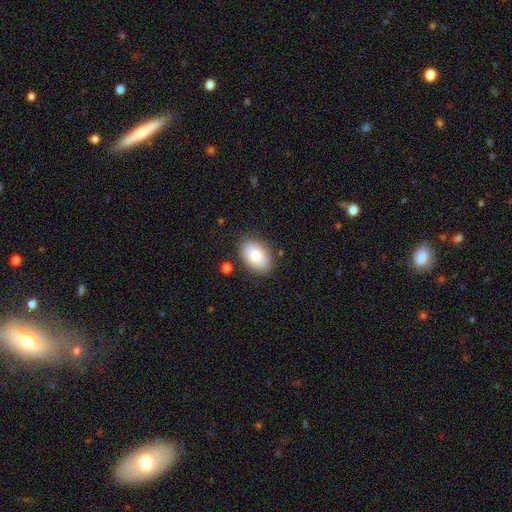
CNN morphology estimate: Overall: smooth (80%). How rounded: in between (89%). Merging: none (83%).